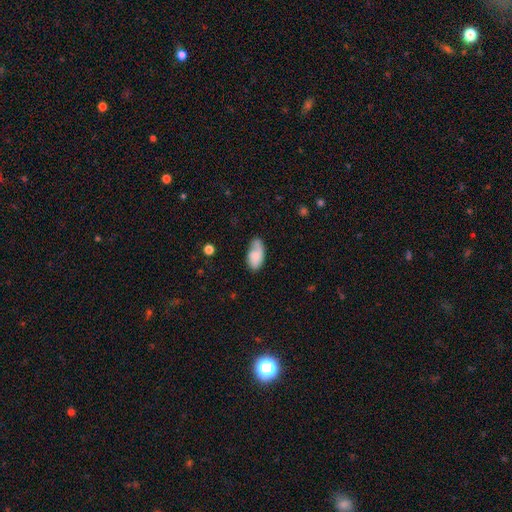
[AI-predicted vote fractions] A smooth galaxy with no disk features (72%) that is in between round and cigar-shaped (94%).

Vote fractions:
- Smooth or featured? smooth: 72% / featured or disk: 21% / star or artifact: 7%
- How rounded? in between: 94% / round: 3% / cigar-shaped: 3%
- Merging? none: 50% / minor disturbance: 31% / major disturbance: 14% / merger: 5%